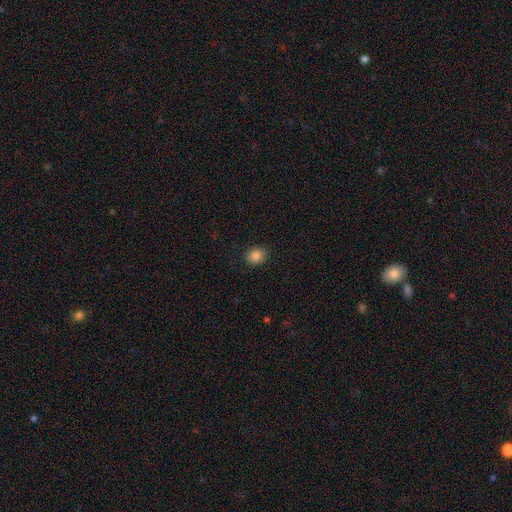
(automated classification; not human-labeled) Smooth or featured?
  - smooth: 86% *
  - star or artifact: 10%
  - featured or disk: 4%
How rounded?
  - round: 61% *
  - in between: 38%
  - cigar-shaped: 1%
Merging?
  - none: 87% *
  - minor disturbance: 9%
  - major disturbance: 3%
  - merger: 1%